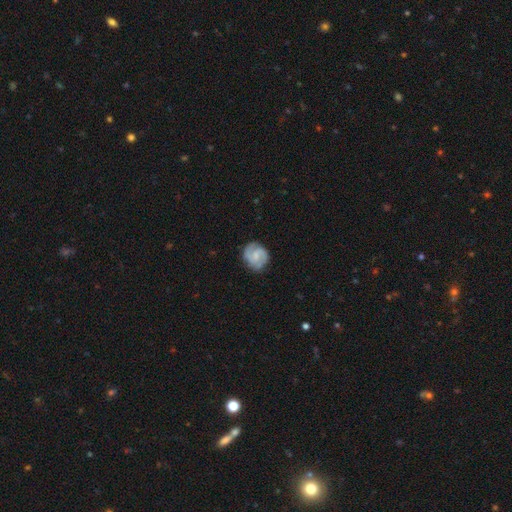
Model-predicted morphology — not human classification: Smooth or featured? featured or disk (72%)
Edge-on disk? no (98%)
Bar? no (47%)
Spiral arms? yes (94%)
Spiral winding? medium (45%)
Spiral arm count? 2 (81%)
Bulge size? small (53%)
Merging? none (77%)